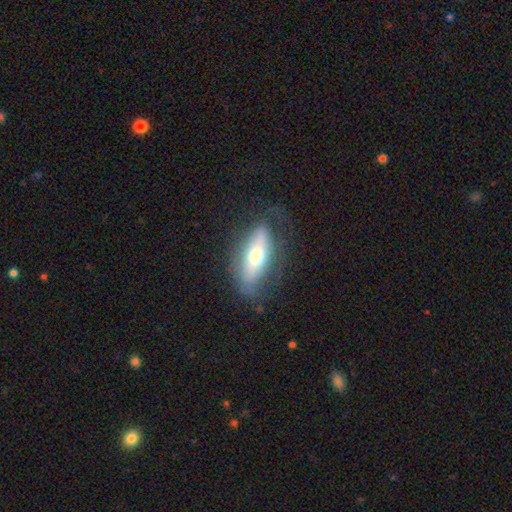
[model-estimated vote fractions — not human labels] A smooth galaxy with no disk features (51%) that is in between round and cigar-shaped (73%). Merging: none (66%).